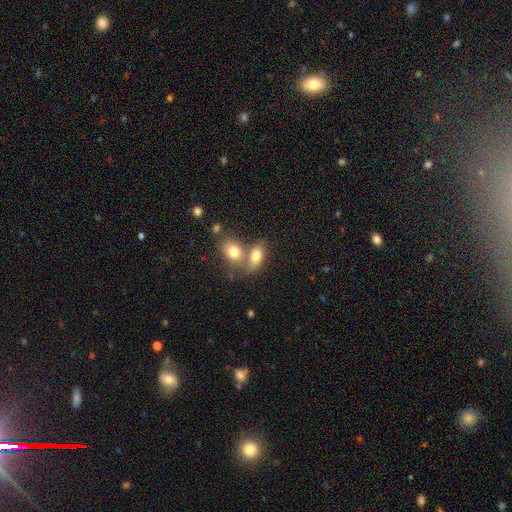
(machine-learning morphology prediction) Smooth or featured? smooth (78%)
How rounded? in between (83%)
Merging? merger (53%)